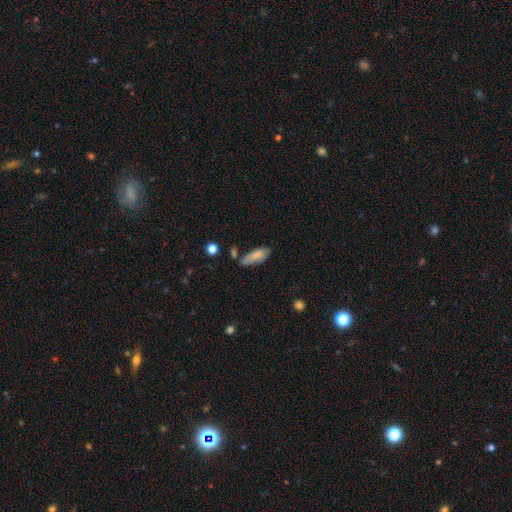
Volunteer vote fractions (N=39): Smooth or featured?
  - smooth: 79% *
  - featured or disk: 13%
  - star or artifact: 8%
How rounded?
  - in between: 71% *
  - cigar-shaped: 29%
  - round: 0%
Merging?
  - none: 47% *
  - minor disturbance: 31%
  - merger: 14%
  - major disturbance: 8%